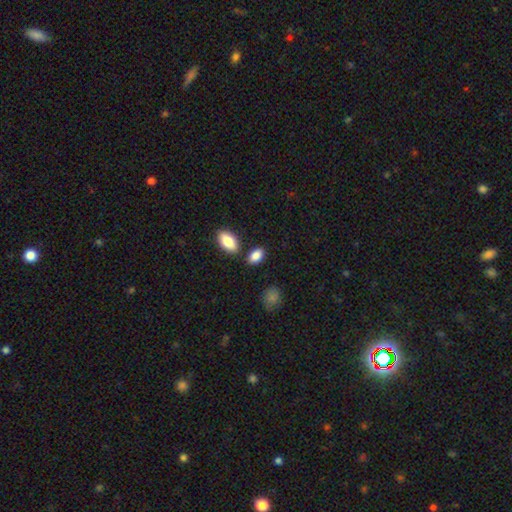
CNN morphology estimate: smooth-or-featured: smooth: 87% | star or artifact: 8% | featured or disk: 6%
  how-rounded: in between: 91% | round: 6% | cigar-shaped: 3%
  merging: none: 77% | minor disturbance: 11% | merger: 10% | major disturbance: 3%